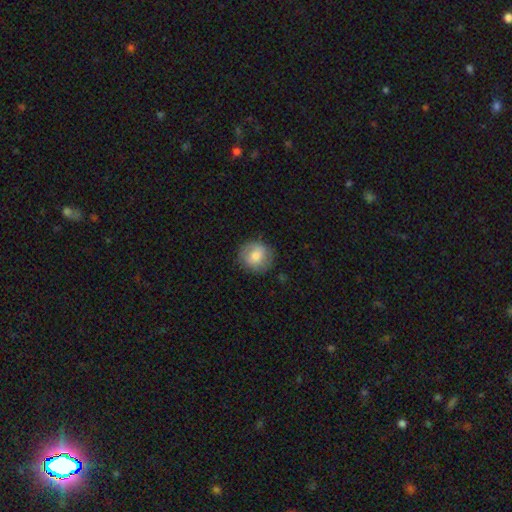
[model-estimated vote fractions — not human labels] smooth_or_featured: smooth (p=0.71) [alt: featured or disk p=0.21]
how_rounded: round (p=0.89) [alt: in between p=0.10]
merging: none (p=0.83) [alt: minor disturbance p=0.12]